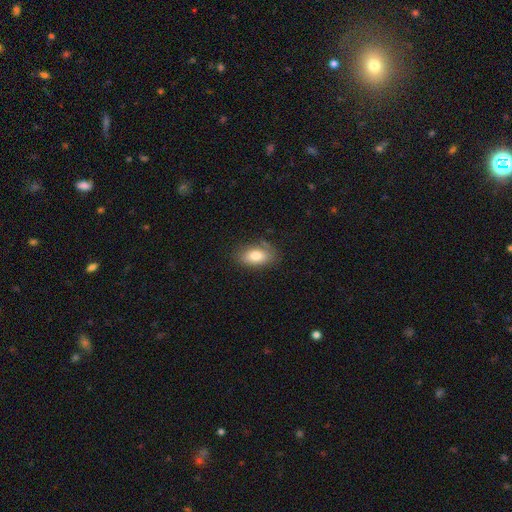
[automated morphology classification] This appears to be a smooth galaxy with no disk features (80%) that is in between round and cigar-shaped (91%). Merging: none (74%).